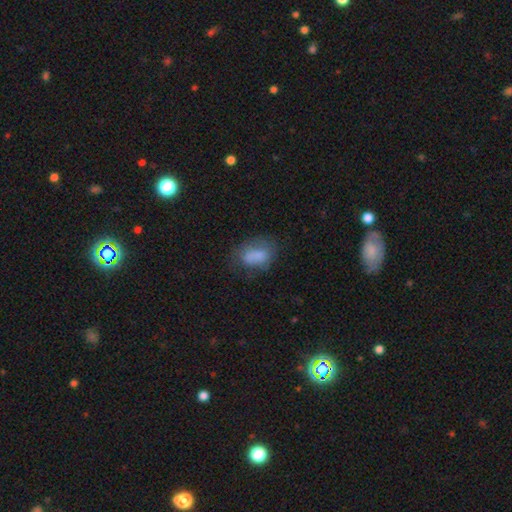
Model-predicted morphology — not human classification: This is likely a smooth galaxy (72%). How rounded: likely in between (80%). Merging: possibly none (49%).